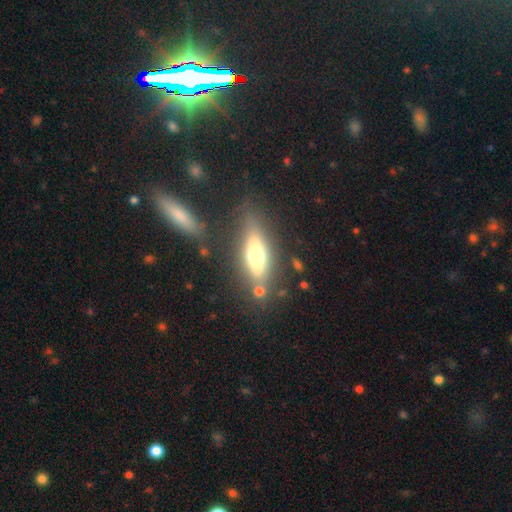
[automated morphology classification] The model was most divided on "smooth or featured": featured or disk: 48%, smooth: 44%, star or artifact: 8%. More confident: merging — none (70%).